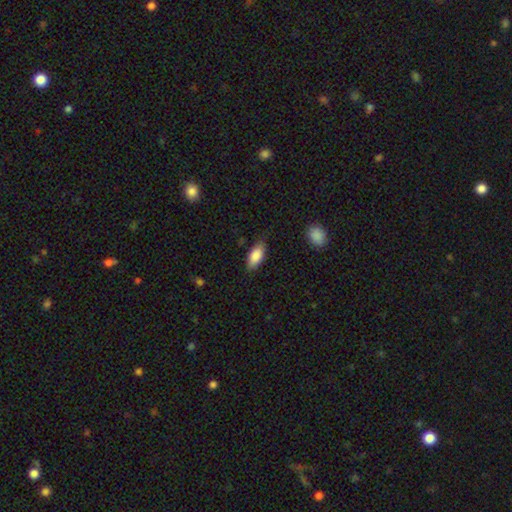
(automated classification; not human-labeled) This appears to be a smooth galaxy with no disk features (85%) that is in between round and cigar-shaped (86%). Merging: none (79%).